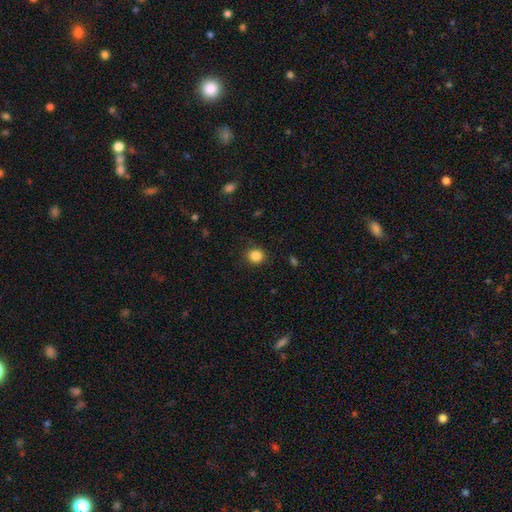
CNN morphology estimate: smooth-or-featured: smooth: 85% | star or artifact: 11% | featured or disk: 4%
  how-rounded: round: 84% | in between: 15% | cigar-shaped: 1%
  merging: none: 89% | minor disturbance: 8% | major disturbance: 3% | merger: 1%